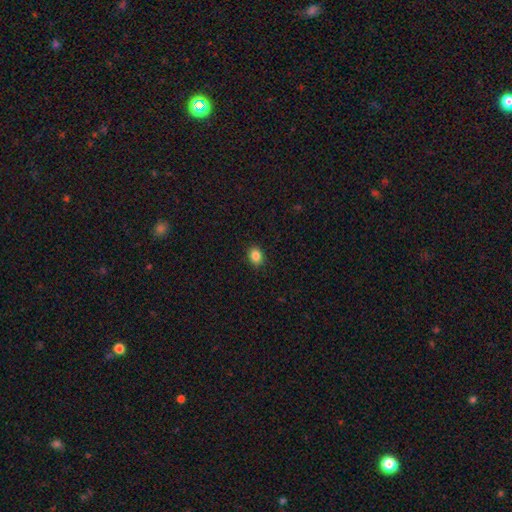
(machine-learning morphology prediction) A smooth galaxy with no disk features (86%) that is in between round and cigar-shaped (57%).

Vote fractions:
- Smooth or featured? smooth: 86% / star or artifact: 10% / featured or disk: 4%
- How rounded? in between: 57% / round: 42% / cigar-shaped: 1%
- Merging? none: 90% / minor disturbance: 7% / major disturbance: 2% / merger: 1%